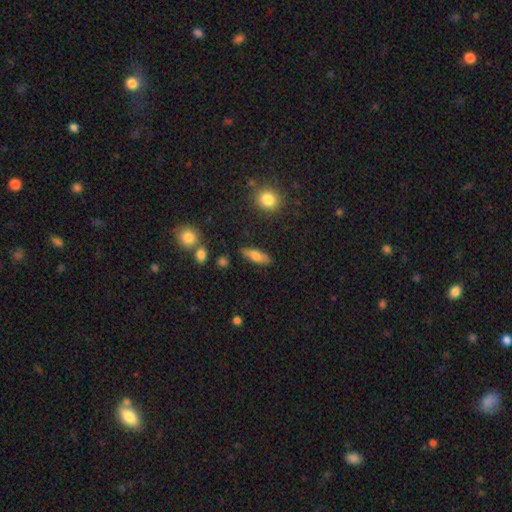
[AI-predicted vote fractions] The model was most divided on "how rounded": in between: 59%, cigar-shaped: 38%, round: 3%. More confident: merging — none (82%); smooth or featured — smooth (69%).